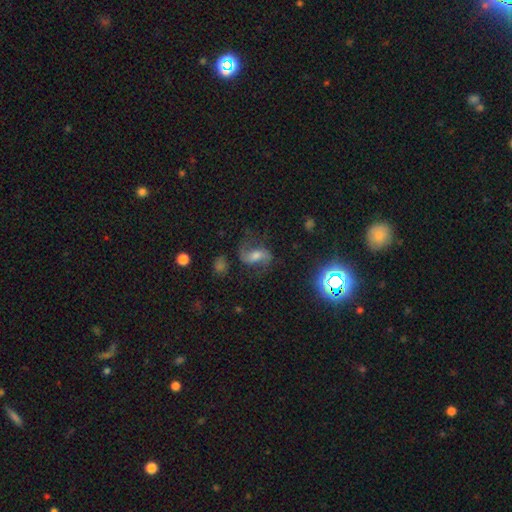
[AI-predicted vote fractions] This is likely a featured or disk galaxy (67%). It is clearly not viewed edge-on (96%). Bar: marginally weak (41%). Spiral arm pattern: clearly yes (92%). Spiral arm count: clearly 2 (90%). Spiral winding: likely loose (62%). Central bulge: possibly moderate (50%). Merging: likely none (67%).